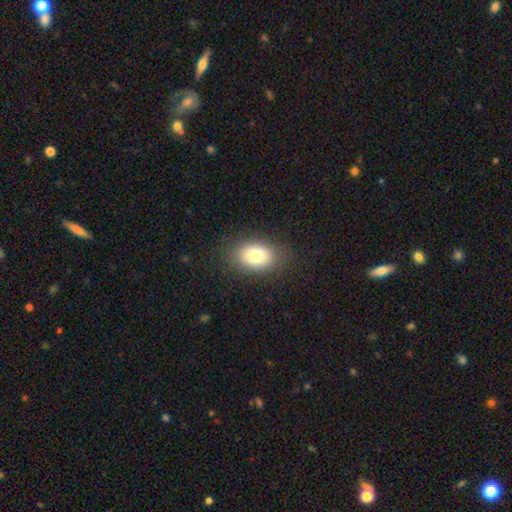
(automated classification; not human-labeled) Overall: smooth (80%). How rounded: in between (78%). Merging: none (85%).